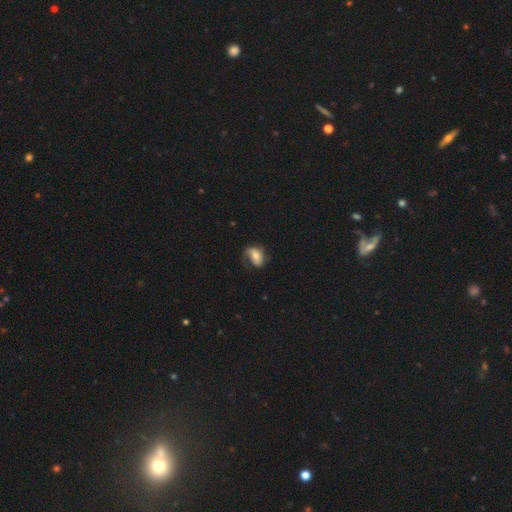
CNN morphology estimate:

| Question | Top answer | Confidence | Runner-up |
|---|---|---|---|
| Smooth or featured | featured or disk | 54% | smooth (38%) |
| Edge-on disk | no | 96% | yes (4%) |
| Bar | no | 60% | weak (27%) |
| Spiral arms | yes | 84% | no (16%) |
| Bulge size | moderate | 55% | small (33%) |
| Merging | none | 47% | minor disturbance (26%) |